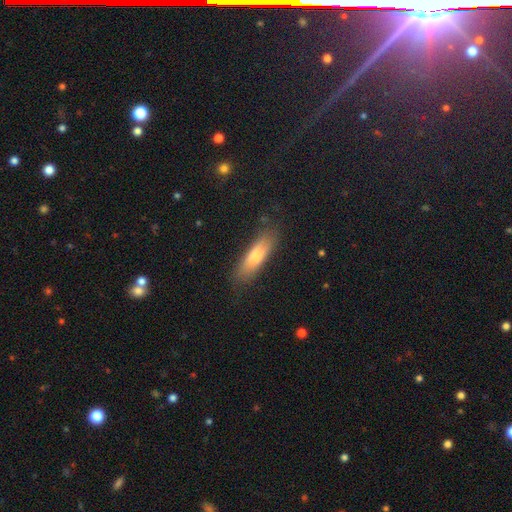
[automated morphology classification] Overall: smooth (73%). How rounded: cigar-shaped (61%; in between 37%). Merging: none (80%).